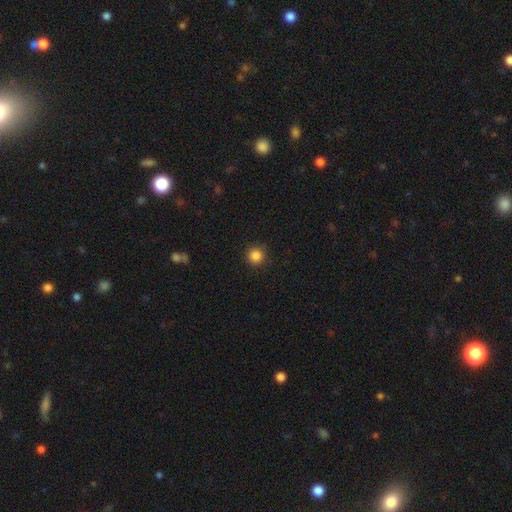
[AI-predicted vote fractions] Smooth or featured? smooth (86%)
How rounded? round (95%)
Merging? none (91%)